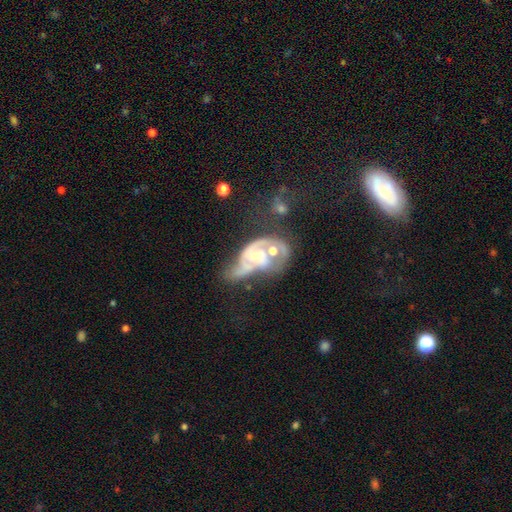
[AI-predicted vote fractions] This is likely a featured or disk galaxy (77%). It is clearly not viewed edge-on (96%). Bar: possibly no (56%). Spiral arm pattern: clearly yes (83%). Spiral arm count: possibly 2 (57%). Spiral winding: marginally medium (43%). Central bulge: marginally moderate (43%). Merging: possibly merger (47%).